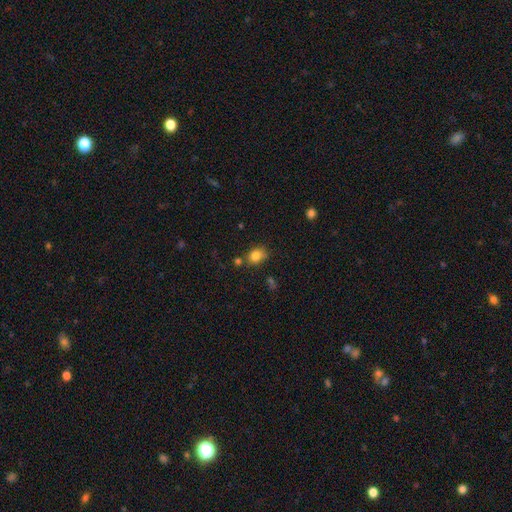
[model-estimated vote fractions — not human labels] smooth-or-featured: smooth: 81% | star or artifact: 12% | featured or disk: 7%
  how-rounded: round: 58% | in between: 41% | cigar-shaped: 1%
  merging: none: 66% | minor disturbance: 19% | merger: 10% | major disturbance: 5%